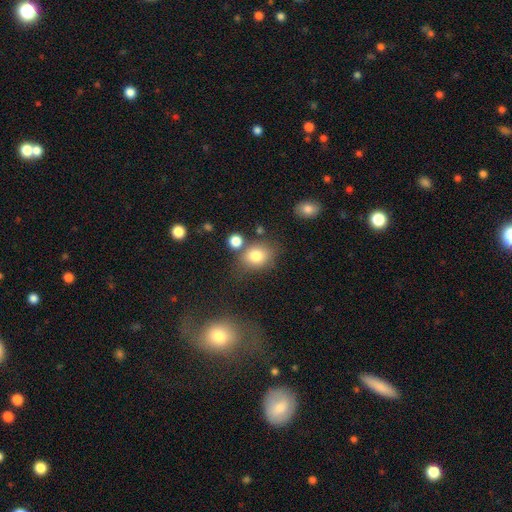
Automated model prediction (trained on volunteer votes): A smooth galaxy with no disk features (80%) that is in between round and cigar-shaped (50%).

Vote fractions:
- Smooth or featured? smooth: 80% / star or artifact: 11% / featured or disk: 9%
- How rounded? in between: 50% / round: 49% / cigar-shaped: 1%
- Merging? none: 63% / minor disturbance: 16% / merger: 14% / major disturbance: 6%